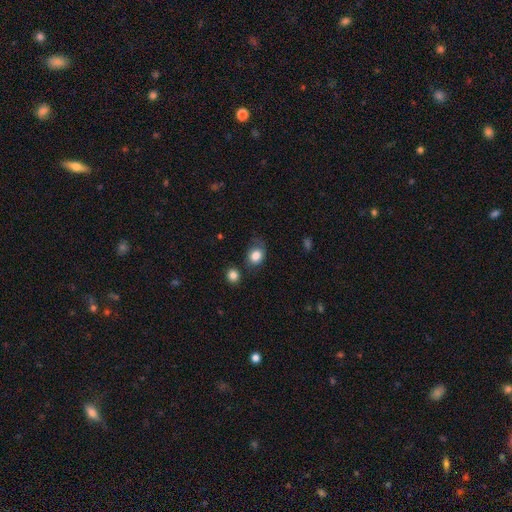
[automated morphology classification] This is clearly a smooth galaxy (83%). How rounded: possibly in between (51%). Merging: possibly none (57%).